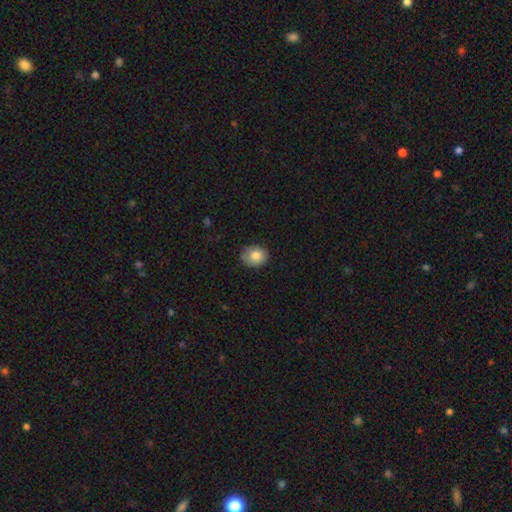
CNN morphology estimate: This is clearly a smooth galaxy (82%). How rounded: possibly round (54%). Merging: likely none (75%).